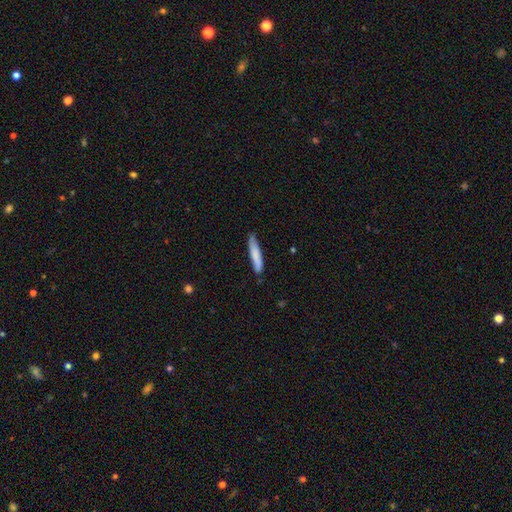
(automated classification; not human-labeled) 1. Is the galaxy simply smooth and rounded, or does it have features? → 77% smooth, 18% featured or disk, 5% star or artifact.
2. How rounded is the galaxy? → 89% cigar-shaped, 10% in between, 1% round.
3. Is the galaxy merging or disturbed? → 77% none, 19% minor disturbance, 3% major disturbance, 2% merger.